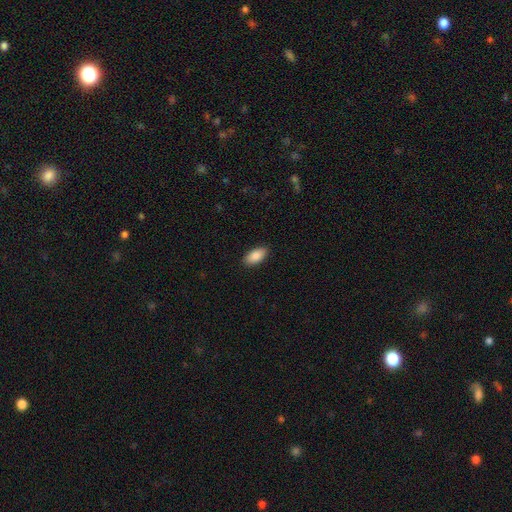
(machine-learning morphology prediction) smooth_or_featured: smooth (p=0.88) [alt: star or artifact p=0.06]
how_rounded: in between (p=0.94) [alt: cigar-shaped p=0.04]
merging: none (p=0.90) [alt: minor disturbance p=0.08]